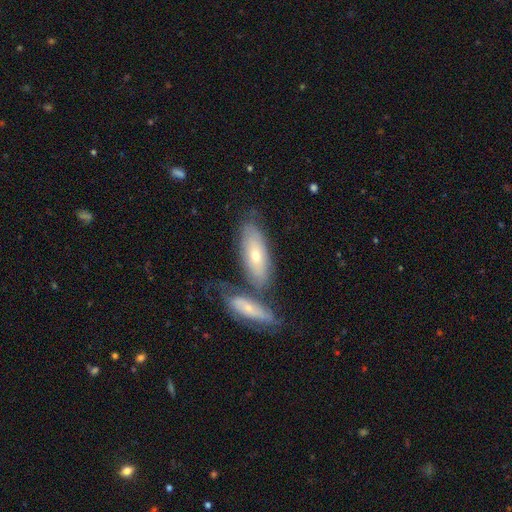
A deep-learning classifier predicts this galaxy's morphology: This is possibly a smooth galaxy (47%). Merging: possibly none (51%).